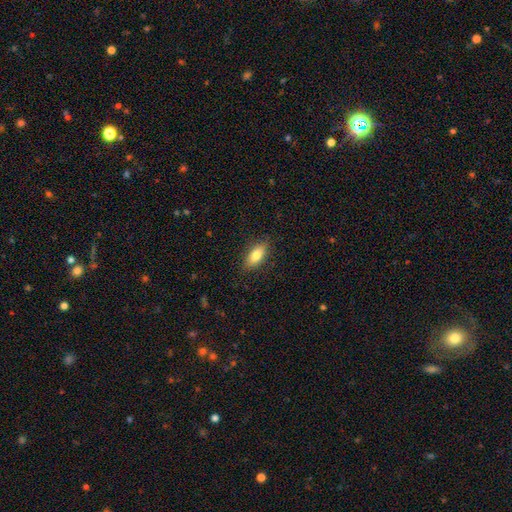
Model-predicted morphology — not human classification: smooth 79%, featured or disk 14%, star or artifact 7%. Down the decision tree: how rounded — in between (82%); merging — none (86%).